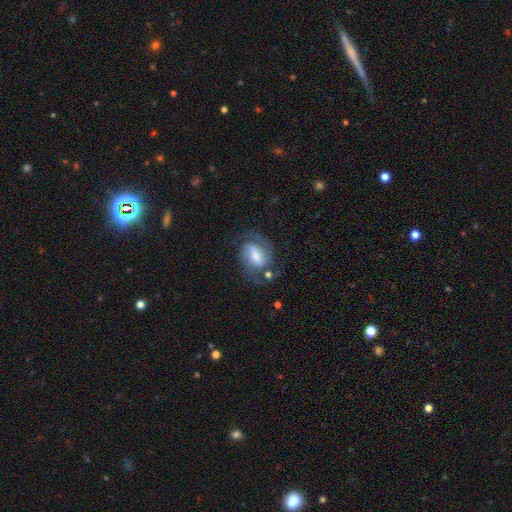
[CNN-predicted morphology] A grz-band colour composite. It shows a featured or disk galaxy (76%) with a weak bar (50%), 2 (68%) medium (49%) spiral arms (93%) and a moderate central bulge (42%). Merging: none (57%).